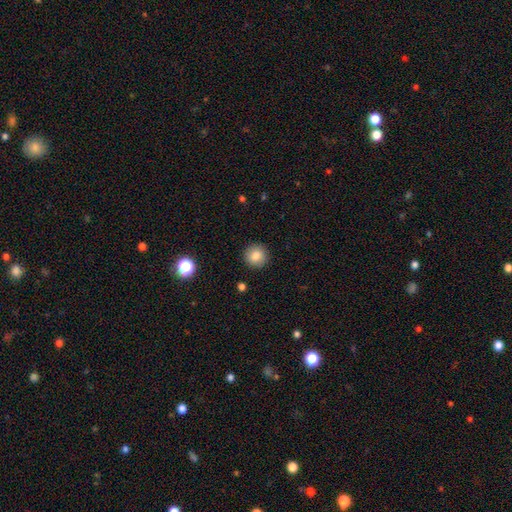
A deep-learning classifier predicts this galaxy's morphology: A smooth galaxy with no disk features (83%) that is round (94%).

Vote fractions:
- Smooth or featured? smooth: 83% / star or artifact: 10% / featured or disk: 7%
- How rounded? round: 94% / in between: 5% / cigar-shaped: 1%
- Merging? none: 92% / minor disturbance: 5% / major disturbance: 2% / merger: 1%